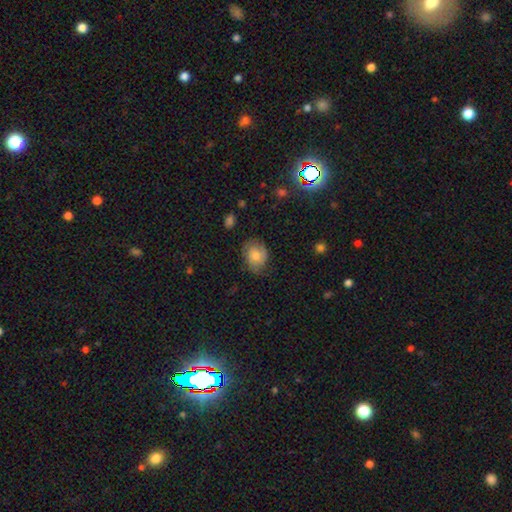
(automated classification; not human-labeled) A smooth galaxy with no disk features (55%) that is in between round and cigar-shaped (53%). Merging: none (68%).